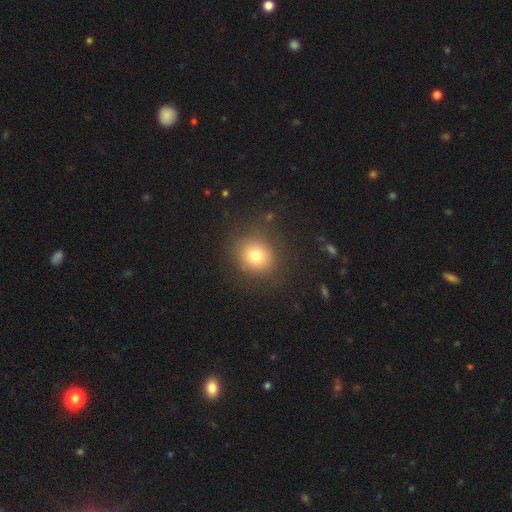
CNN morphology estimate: smooth_or_featured: smooth (p=0.76) [alt: star or artifact p=0.13]
how_rounded: round (p=0.82) [alt: in between p=0.17]
merging: none (p=0.85) [alt: minor disturbance p=0.09]